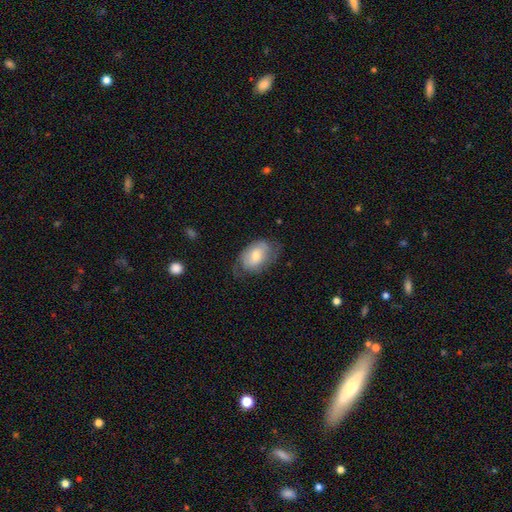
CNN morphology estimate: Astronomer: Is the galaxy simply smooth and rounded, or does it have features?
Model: smooth — 56% (runner-up: featured or disk, 38%).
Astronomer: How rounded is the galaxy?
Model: in between — 85%.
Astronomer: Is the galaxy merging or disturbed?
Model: none — 56%.